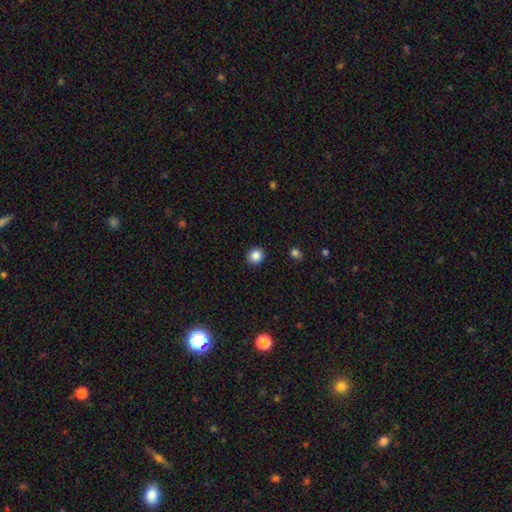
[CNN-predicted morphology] smooth-or-featured: smooth: 86% | star or artifact: 10% | featured or disk: 4%
  how-rounded: round: 87% | in between: 12% | cigar-shaped: 1%
  merging: none: 92% | minor disturbance: 5% | major disturbance: 2% | merger: 1%